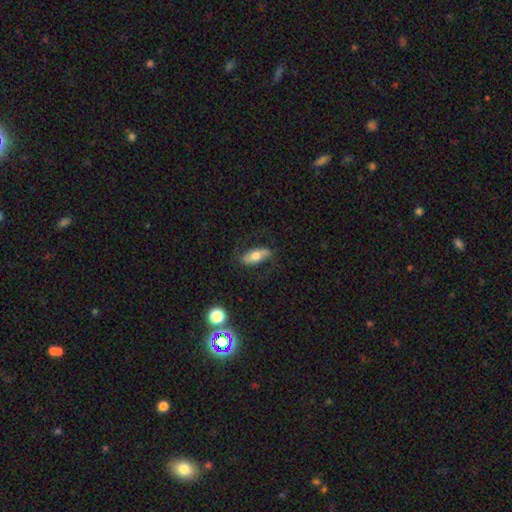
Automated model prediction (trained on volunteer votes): The model was most divided on "smooth or featured": smooth: 52%, featured or disk: 41%, star or artifact: 7%. More confident: how rounded — in between (76%); merging — none (74%).